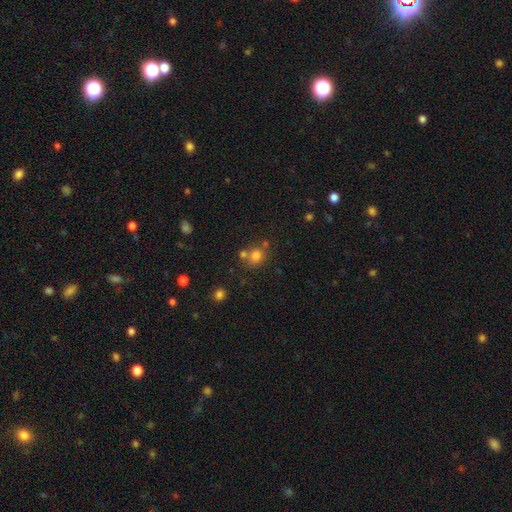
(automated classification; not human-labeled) Q: Smooth or featured?
A: smooth (76%); runner-up: star or artifact (15%)
Q: How rounded?
A: round (75%); runner-up: in between (24%)
Q: Merging?
A: none (57%); runner-up: merger (27%)